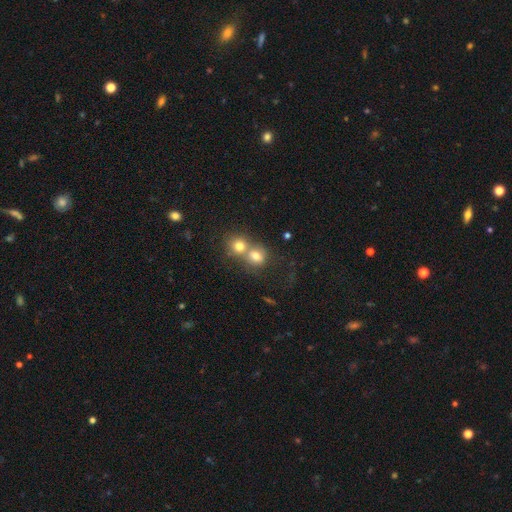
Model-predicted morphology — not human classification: This appears to be a smooth galaxy with no disk features (74%) that is round (78%). Merging: merger (60%).